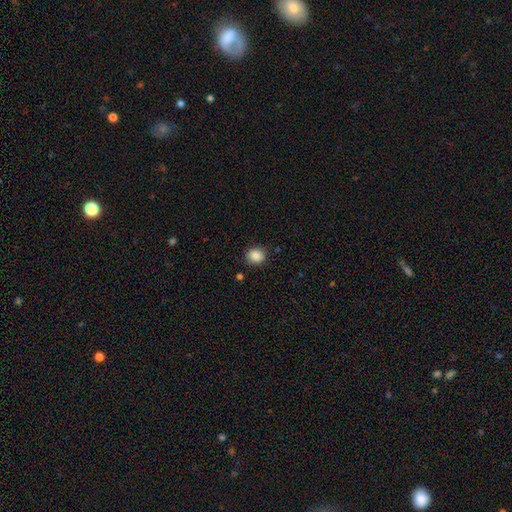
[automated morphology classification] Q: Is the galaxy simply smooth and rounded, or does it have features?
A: smooth — 88%.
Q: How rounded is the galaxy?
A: round — 75%.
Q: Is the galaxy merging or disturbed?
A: none — 87%.